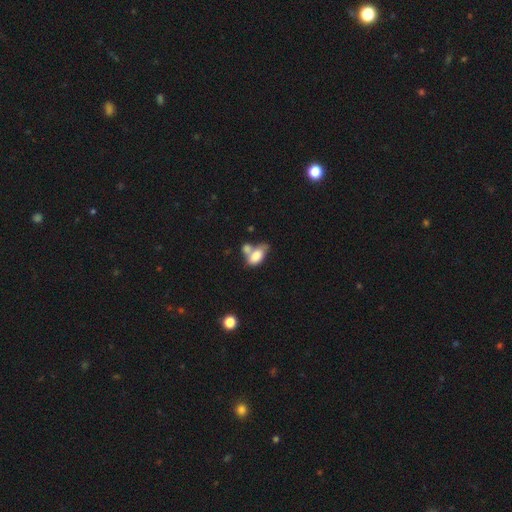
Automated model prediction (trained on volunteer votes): The model was most divided on "merging": merger: 52%, none: 24%, minor disturbance: 15%, major disturbance: 10%. More confident: how rounded — in between (90%); smooth or featured — smooth (77%).